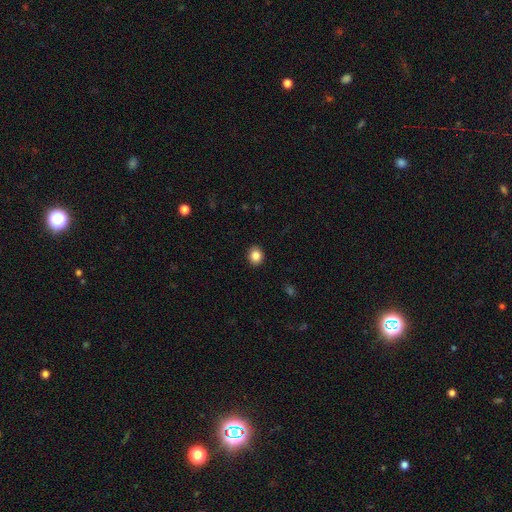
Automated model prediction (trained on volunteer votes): smooth-or-featured: smooth: 85% | star or artifact: 10% | featured or disk: 5%
  how-rounded: round: 73% | in between: 26% | cigar-shaped: 1%
  merging: none: 92% | minor disturbance: 6% | major disturbance: 2% | merger: 1%